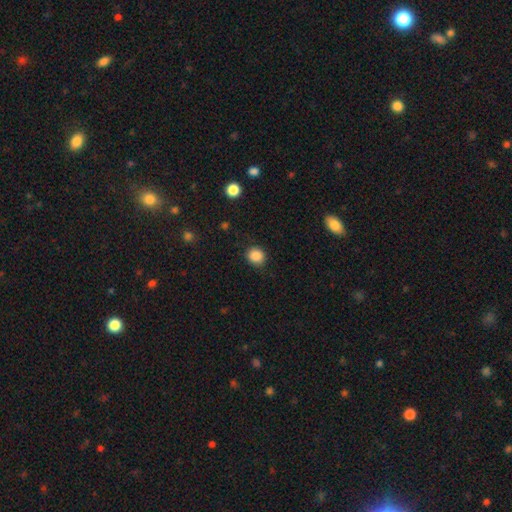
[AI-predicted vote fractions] Q: Smooth or featured?
A: smooth (87%); runner-up: star or artifact (10%)
Q: How rounded?
A: round (82%); runner-up: in between (18%)
Q: Merging?
A: none (86%); runner-up: minor disturbance (10%)